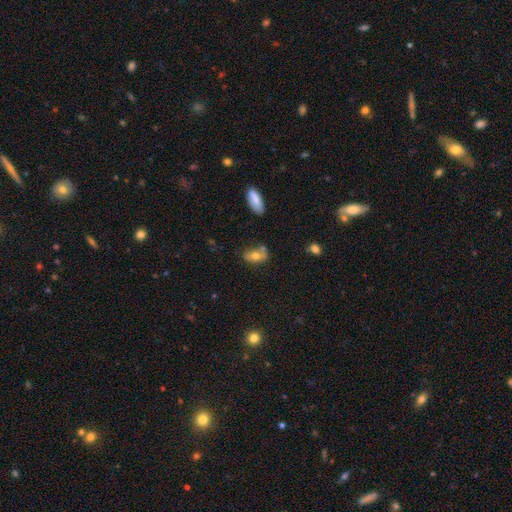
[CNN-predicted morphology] type=smooth (66%); roundness=in between (83%); merging=none (63%).